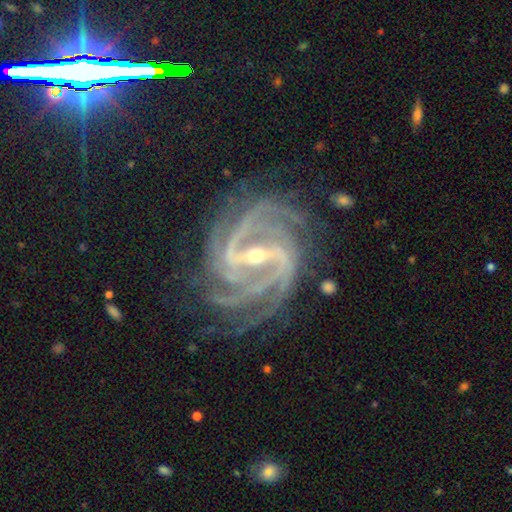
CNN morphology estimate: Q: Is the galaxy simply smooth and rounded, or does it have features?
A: featured or disk — 93%.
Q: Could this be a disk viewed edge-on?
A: no — 97%.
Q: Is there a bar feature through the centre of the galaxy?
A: strong — 70%.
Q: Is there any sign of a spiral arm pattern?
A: yes — 99%.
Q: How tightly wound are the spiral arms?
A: tight — 56%.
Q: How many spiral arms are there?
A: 4 — 30%.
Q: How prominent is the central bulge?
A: small — 59%.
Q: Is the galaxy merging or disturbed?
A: none — 77%.